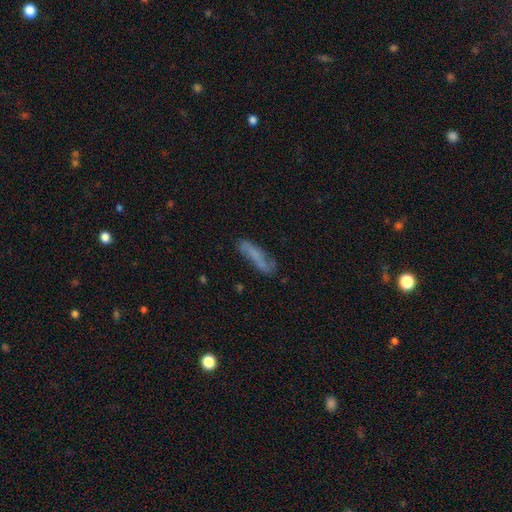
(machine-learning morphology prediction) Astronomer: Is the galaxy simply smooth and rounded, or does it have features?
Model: smooth — 47% (runner-up: featured or disk, 43%).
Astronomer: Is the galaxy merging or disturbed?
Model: none — 64%.